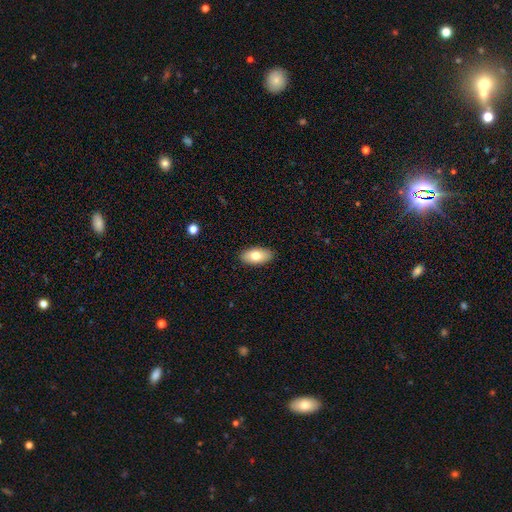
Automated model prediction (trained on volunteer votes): Overall: smooth (76%). How rounded: in between (93%). Merging: none (89%).